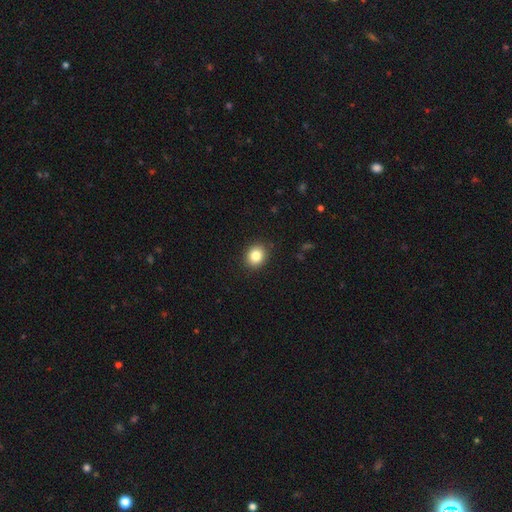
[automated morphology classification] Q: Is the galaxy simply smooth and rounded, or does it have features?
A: smooth — 84%.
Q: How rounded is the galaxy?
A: round — 63%.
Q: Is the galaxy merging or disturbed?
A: none — 89%.